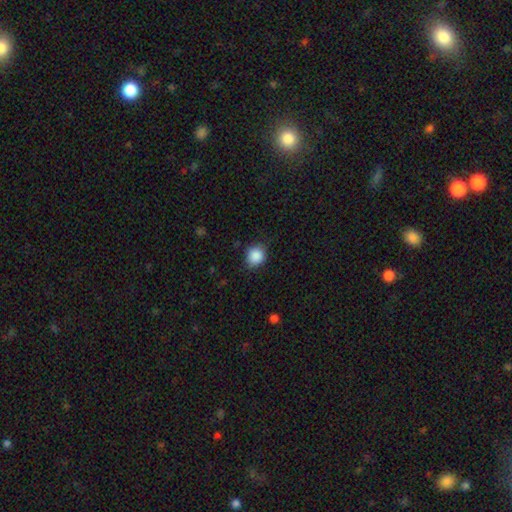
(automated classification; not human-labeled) This appears to be a smooth galaxy with no disk features (87%) that is round (81%). Merging: none (79%).